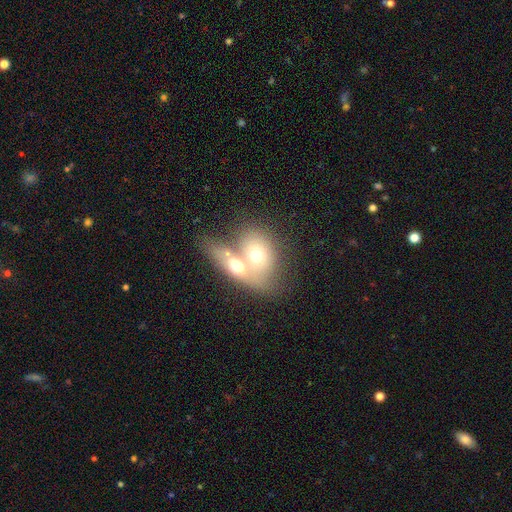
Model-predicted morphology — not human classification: This is possibly a smooth galaxy (57%). How rounded: likely in between (62%). Merging: likely merger (76%).